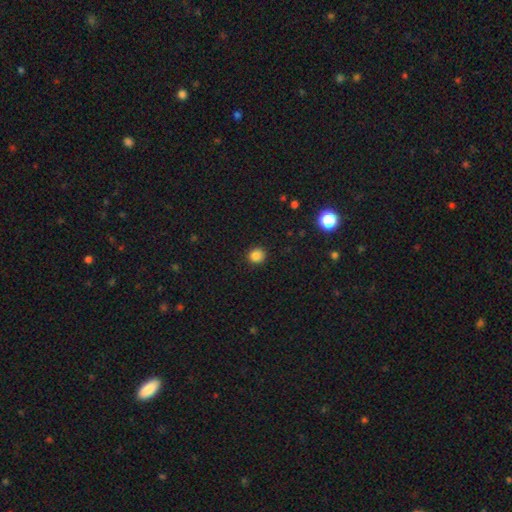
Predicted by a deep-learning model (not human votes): The model was most divided on "smooth or featured": smooth: 85%, star or artifact: 12%, featured or disk: 4%. More confident: merging — none (90%); how rounded — round (88%).